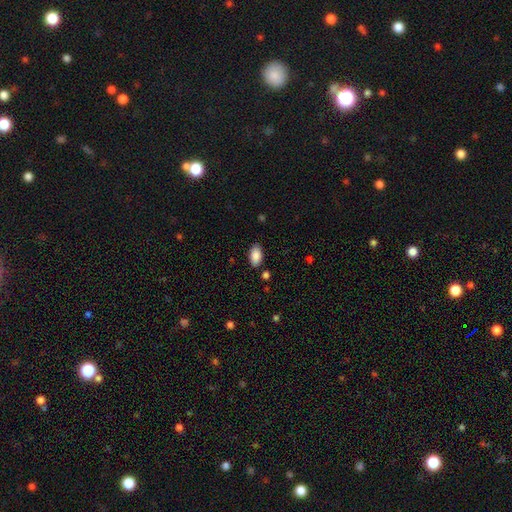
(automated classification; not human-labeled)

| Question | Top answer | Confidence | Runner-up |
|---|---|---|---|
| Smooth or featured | smooth | 87% | star or artifact (7%) |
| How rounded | in between | 94% | round (3%) |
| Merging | none | 85% | minor disturbance (10%) |